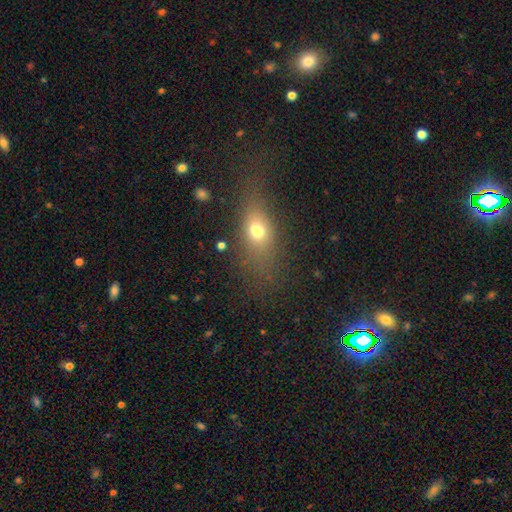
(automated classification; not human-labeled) This is possibly a smooth galaxy (51%). How rounded: possibly in between (49%). Merging: likely none (72%).